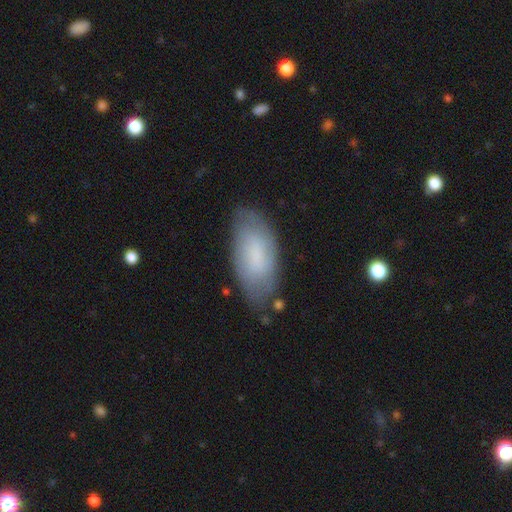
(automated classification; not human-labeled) Smooth or featured?
  - smooth: 68% *
  - featured or disk: 26%
  - star or artifact: 7%
How rounded?
  - in between: 89% *
  - cigar-shaped: 9%
  - round: 2%
Merging?
  - none: 75% *
  - minor disturbance: 19%
  - major disturbance: 5%
  - merger: 2%